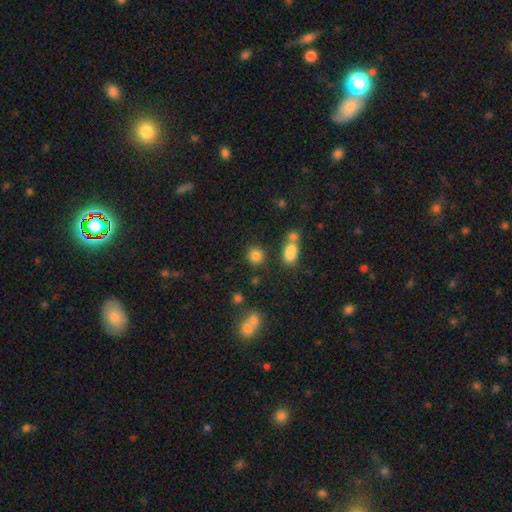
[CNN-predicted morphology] Smooth or featured? smooth (82%)
How rounded? round (84%)
Merging? none (77%)